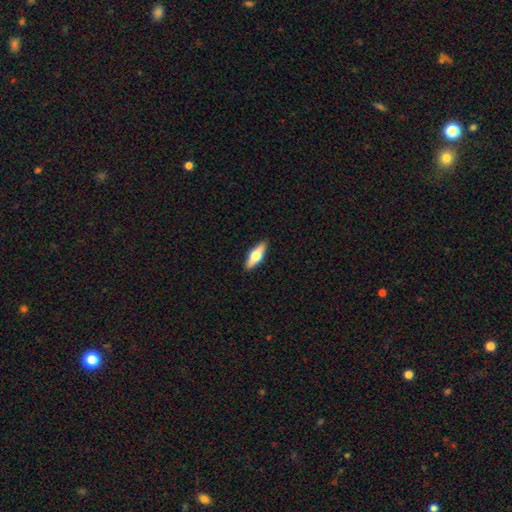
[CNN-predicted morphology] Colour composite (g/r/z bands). It shows a featured or disk galaxy (49%). Merging: none (90%).